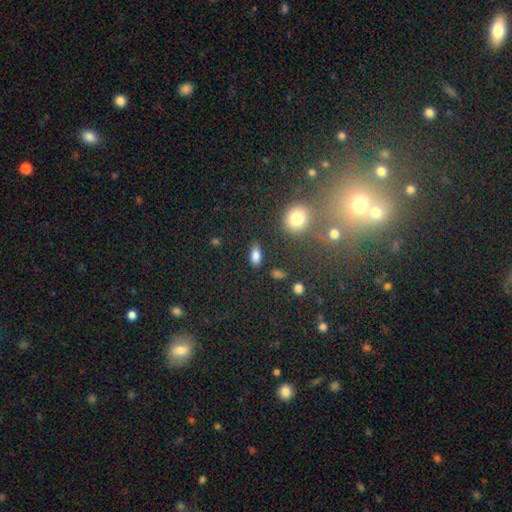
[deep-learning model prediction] smooth_or_featured: smooth (p=0.82) [alt: star or artifact p=0.10]
how_rounded: in between (p=0.87) [alt: round p=0.07]
merging: none (p=0.84) [alt: minor disturbance p=0.10]